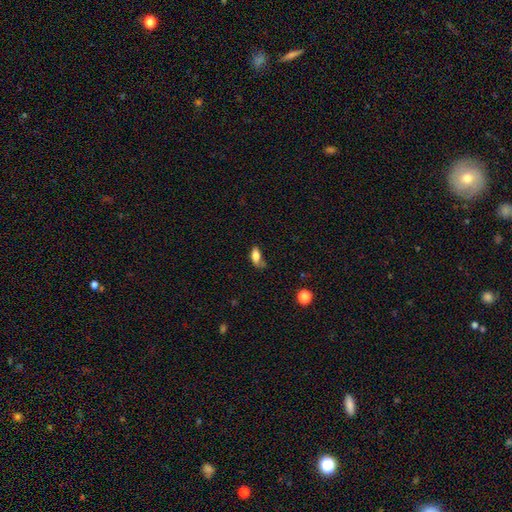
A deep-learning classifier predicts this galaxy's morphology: Smooth or featured: smooth — 77% (featured or disk — 13%)
How rounded: in between — 84% (cigar-shaped — 11%)
Merging: none — 43% (minor disturbance — 33%)